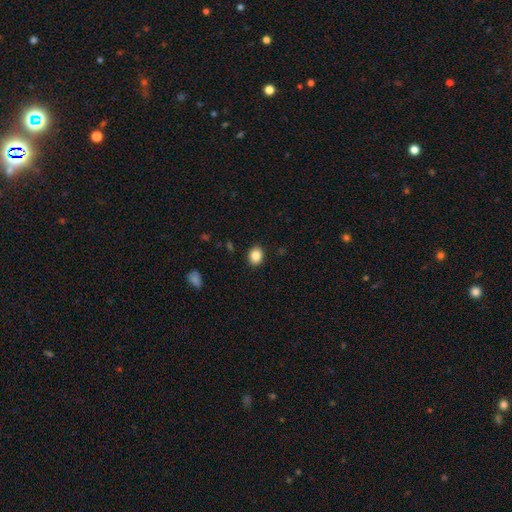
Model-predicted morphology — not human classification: type=smooth (86%); roundness=round (50%); merging=none (90%).